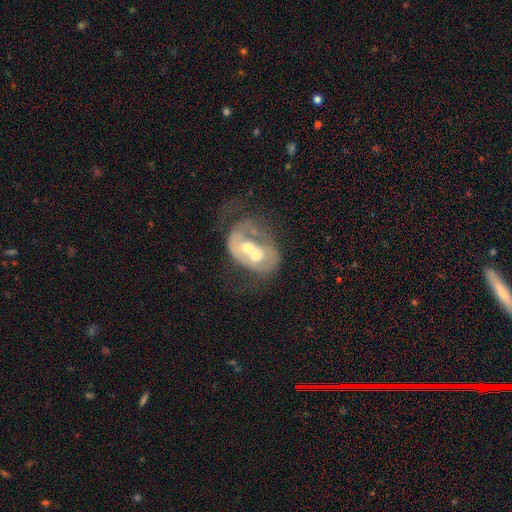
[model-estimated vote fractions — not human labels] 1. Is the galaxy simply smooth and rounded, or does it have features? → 67% featured or disk, 27% smooth, 7% star or artifact.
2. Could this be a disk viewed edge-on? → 97% no, 3% yes.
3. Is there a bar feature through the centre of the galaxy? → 82% no, 14% weak, 4% strong.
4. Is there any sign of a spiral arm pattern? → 62% no, 38% yes.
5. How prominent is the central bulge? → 65% moderate, 21% small, 8% large, 4% none, 2% dominant.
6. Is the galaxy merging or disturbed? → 70% merger, 15% major disturbance, 9% none, 6% minor disturbance.